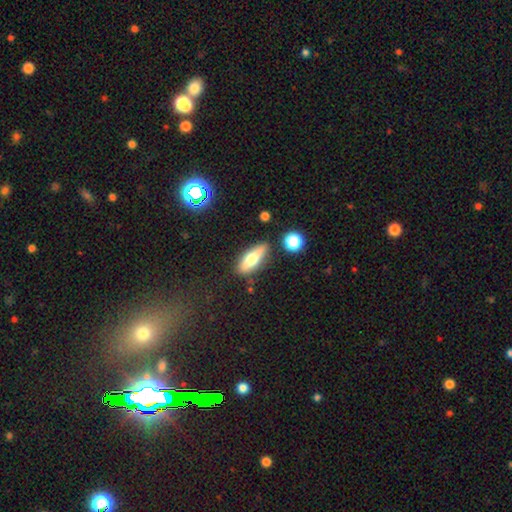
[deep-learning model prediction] smooth_or_featured: smooth (p=0.52) [alt: featured or disk p=0.38]
how_rounded: in between (p=0.52) [alt: cigar-shaped p=0.43]
merging: none (p=0.82) [alt: minor disturbance p=0.11]